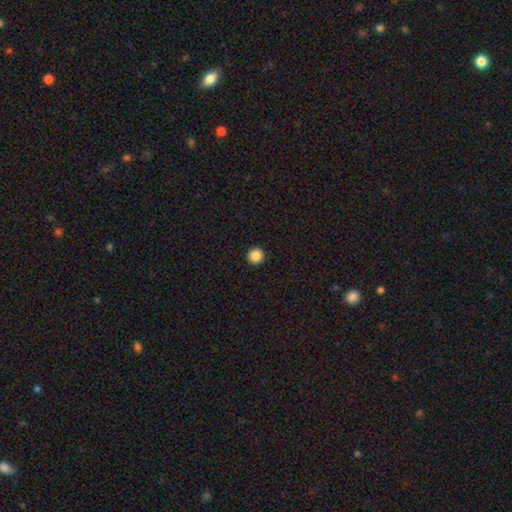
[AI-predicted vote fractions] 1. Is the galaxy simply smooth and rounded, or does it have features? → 87% smooth, 10% star or artifact, 3% featured or disk.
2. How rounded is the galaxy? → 97% round, 2% in between, 1% cigar-shaped.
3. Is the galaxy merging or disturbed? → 94% none, 4% minor disturbance, 1% major disturbance, 1% merger.